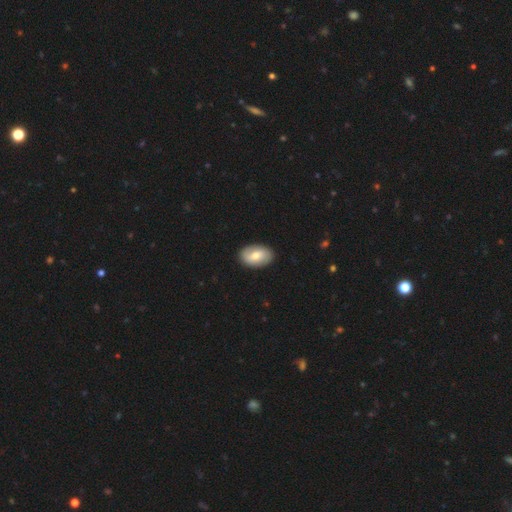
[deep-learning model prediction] Q: Smooth or featured?
A: smooth (61%); runner-up: featured or disk (34%)
Q: How rounded?
A: in between (88%); runner-up: round (11%)
Q: Merging?
A: none (89%); runner-up: minor disturbance (8%)